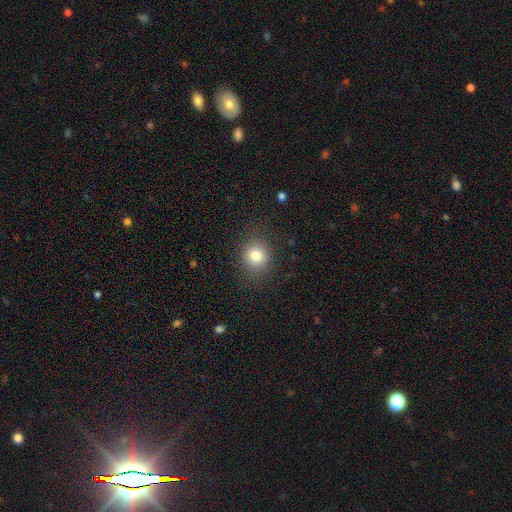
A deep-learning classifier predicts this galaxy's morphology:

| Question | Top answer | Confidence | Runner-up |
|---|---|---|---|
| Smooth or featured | smooth | 81% | star or artifact (12%) |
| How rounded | round | 80% | in between (19%) |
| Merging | none | 86% | minor disturbance (9%) |